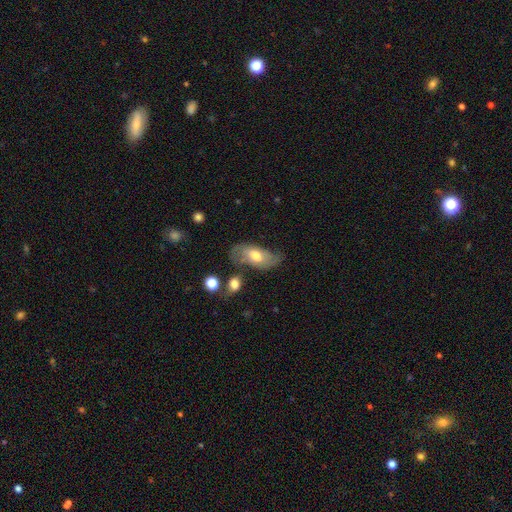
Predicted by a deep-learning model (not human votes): The model was most divided on "smooth or featured": smooth: 50%, featured or disk: 44%, star or artifact: 7%. More confident: merging — none (54%).